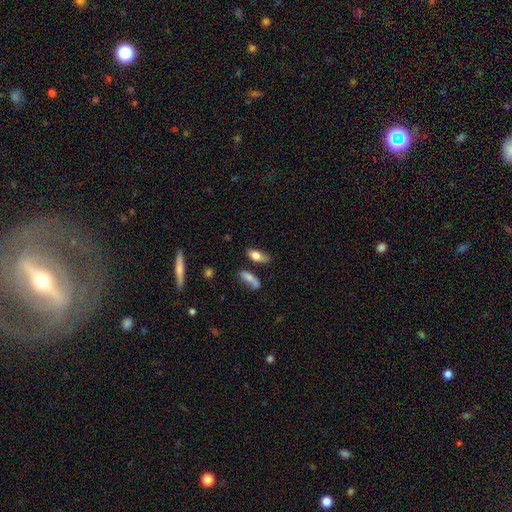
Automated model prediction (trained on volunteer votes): smooth-or-featured: smooth: 78% | featured or disk: 14% | star or artifact: 8%
  how-rounded: in between: 78% | cigar-shaped: 18% | round: 4%
  merging: none: 53% | minor disturbance: 24% | merger: 14% | major disturbance: 10%